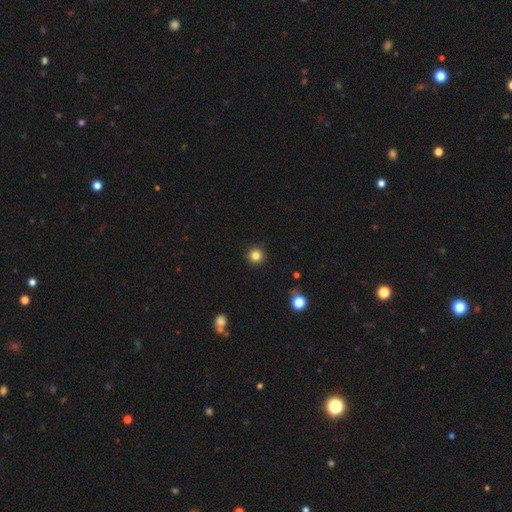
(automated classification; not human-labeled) smooth 83%, star or artifact 12%, featured or disk 5%. Down the decision tree: how rounded — round (96%); merging — none (92%).